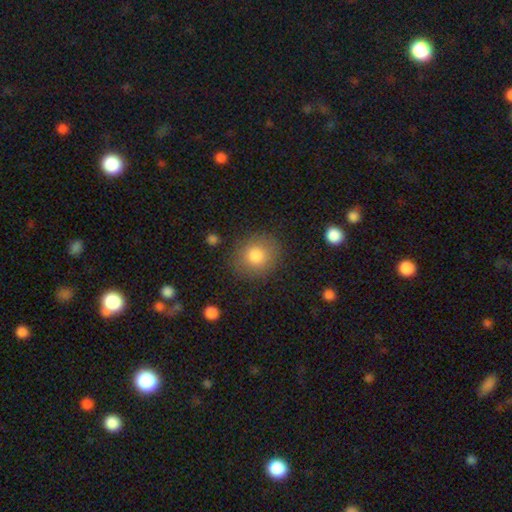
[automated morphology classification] Q: Smooth or featured?
A: smooth (82%); runner-up: star or artifact (9%)
Q: How rounded?
A: round (82%); runner-up: in between (17%)
Q: Merging?
A: none (83%); runner-up: minor disturbance (11%)